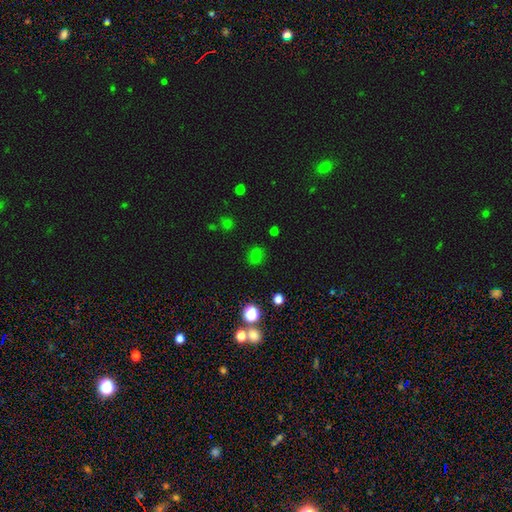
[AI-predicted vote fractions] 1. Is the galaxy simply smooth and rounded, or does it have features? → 66% smooth, 28% star or artifact, 6% featured or disk.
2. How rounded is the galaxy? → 73% round, 26% in between, 1% cigar-shaped.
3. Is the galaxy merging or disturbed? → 83% none, 11% minor disturbance, 4% major disturbance, 2% merger.